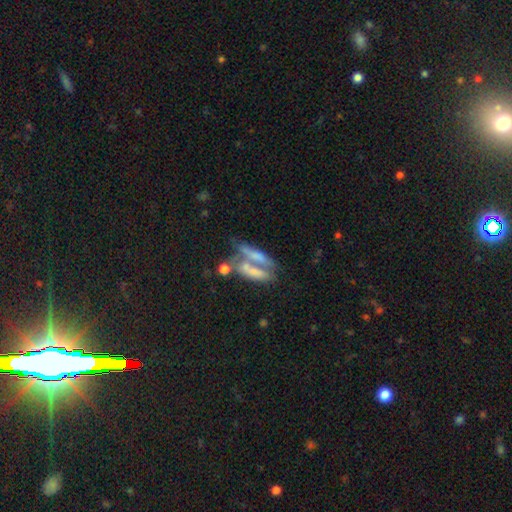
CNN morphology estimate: Overall: smooth (53%; featured or disk 37%). How rounded: cigar-shaped (48%; in between 46%). Merging: merger (53%; none 24%).